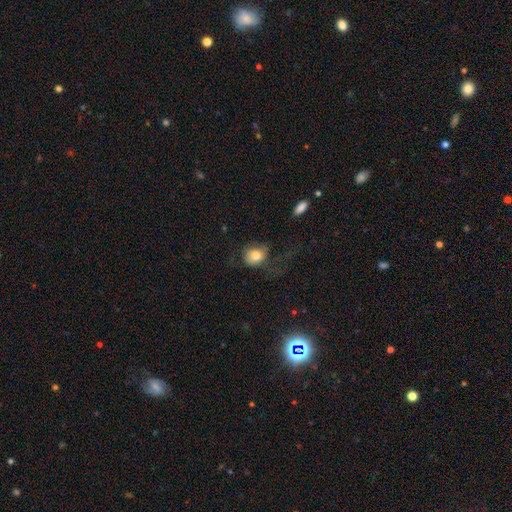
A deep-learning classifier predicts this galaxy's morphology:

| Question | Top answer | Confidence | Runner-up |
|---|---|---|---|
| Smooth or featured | smooth | 77% | featured or disk (15%) |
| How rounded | round | 53% | in between (45%) |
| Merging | major disturbance | 39% | none (37%) |